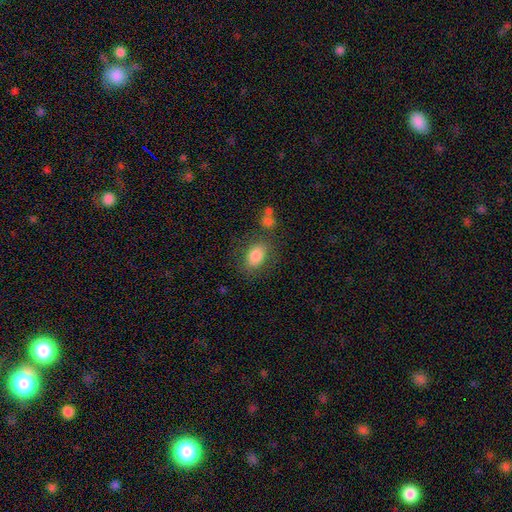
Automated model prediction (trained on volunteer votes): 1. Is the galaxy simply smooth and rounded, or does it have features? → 83% smooth, 9% featured or disk, 8% star or artifact.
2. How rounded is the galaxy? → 82% in between, 17% round, 2% cigar-shaped.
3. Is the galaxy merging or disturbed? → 72% none, 16% minor disturbance, 7% major disturbance, 6% merger.